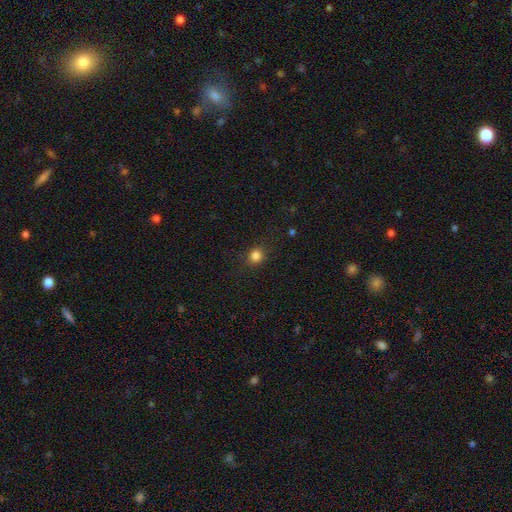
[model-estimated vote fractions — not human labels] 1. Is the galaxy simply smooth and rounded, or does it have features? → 83% smooth, 13% star or artifact, 5% featured or disk.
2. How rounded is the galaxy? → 79% round, 20% in between, 1% cigar-shaped.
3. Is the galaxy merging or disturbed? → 86% none, 9% minor disturbance, 3% major disturbance, 1% merger.